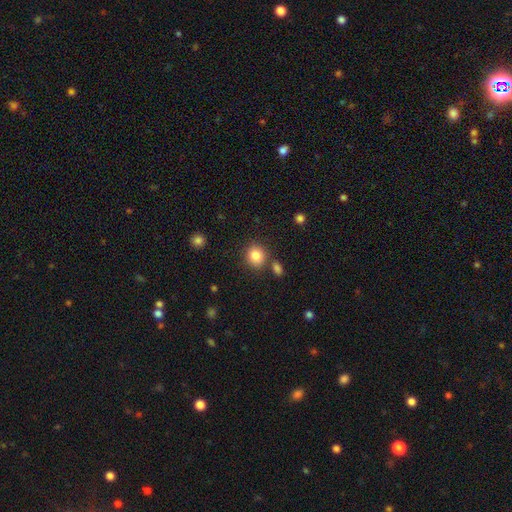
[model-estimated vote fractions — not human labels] Q: Smooth or featured?
A: smooth (84%); runner-up: star or artifact (10%)
Q: How rounded?
A: round (81%); runner-up: in between (18%)
Q: Merging?
A: none (79%); runner-up: minor disturbance (9%)